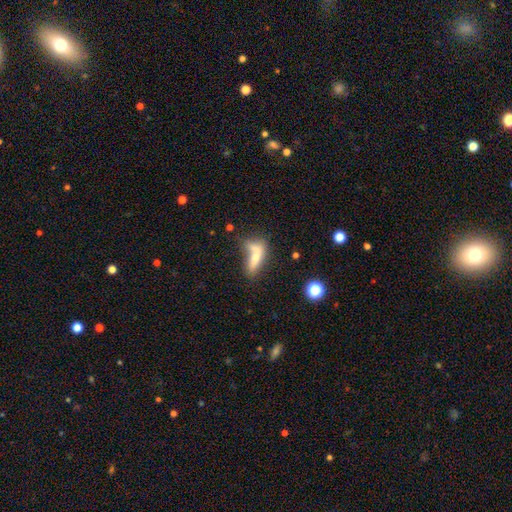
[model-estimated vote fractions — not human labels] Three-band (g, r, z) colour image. It shows a smooth galaxy with no disk features (62%) that is cigar-shaped (51%). Merging: none (33%).